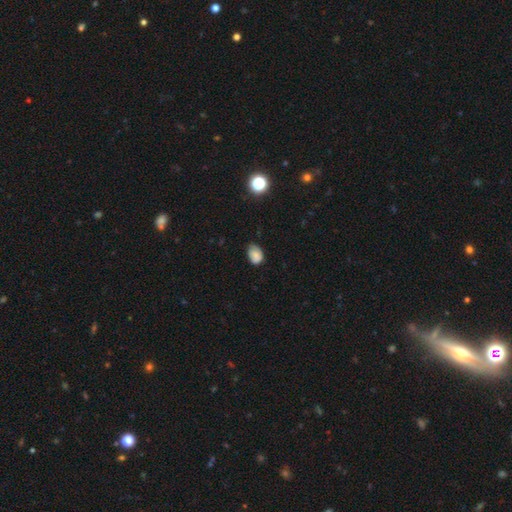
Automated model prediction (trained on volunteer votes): A smooth galaxy with no disk features (79%) that is in between round and cigar-shaped (76%).

Vote fractions:
- Smooth or featured? smooth: 79% / star or artifact: 11% / featured or disk: 10%
- How rounded? in between: 76% / round: 23% / cigar-shaped: 1%
- Merging? none: 51% / minor disturbance: 38% / major disturbance: 8% / merger: 2%